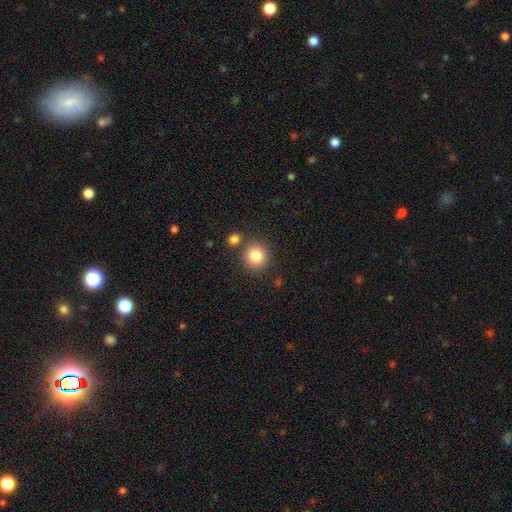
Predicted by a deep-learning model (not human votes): A smooth galaxy with no disk features (83%) that is round (91%). Merging: none (80%).